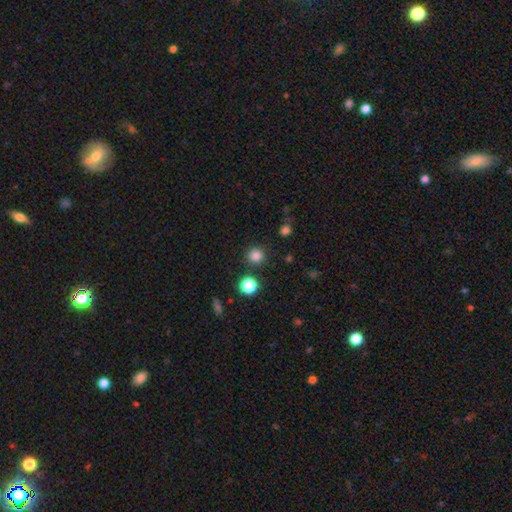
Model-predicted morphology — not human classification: The model was most divided on "smooth or featured": smooth: 83%, star or artifact: 14%, featured or disk: 3%. More confident: how rounded — round (92%); merging — none (87%).